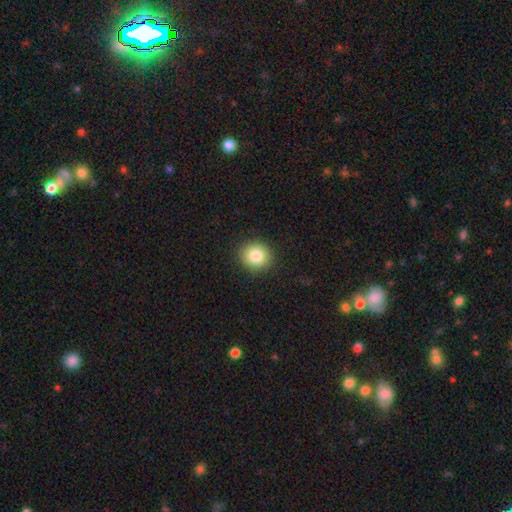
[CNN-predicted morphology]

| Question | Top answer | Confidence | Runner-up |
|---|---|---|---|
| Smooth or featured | smooth | 83% | star or artifact (10%) |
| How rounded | round | 84% | in between (16%) |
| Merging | none | 91% | minor disturbance (7%) |